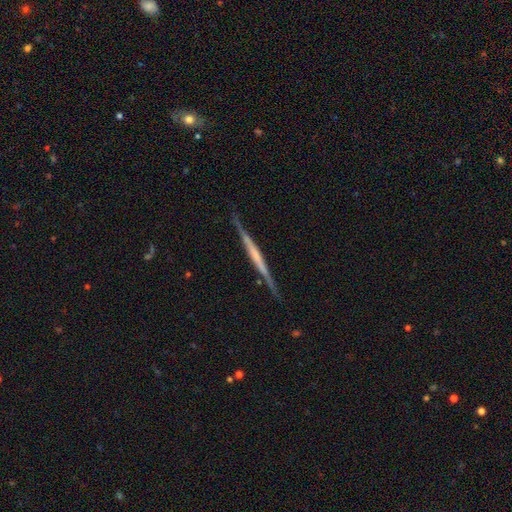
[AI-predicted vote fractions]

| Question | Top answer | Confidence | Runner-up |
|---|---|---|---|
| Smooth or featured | featured or disk | 71% | smooth (24%) |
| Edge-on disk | yes | 97% | no (3%) |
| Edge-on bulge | none | 64% | boxy (18%) |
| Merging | none | 85% | minor disturbance (11%) |